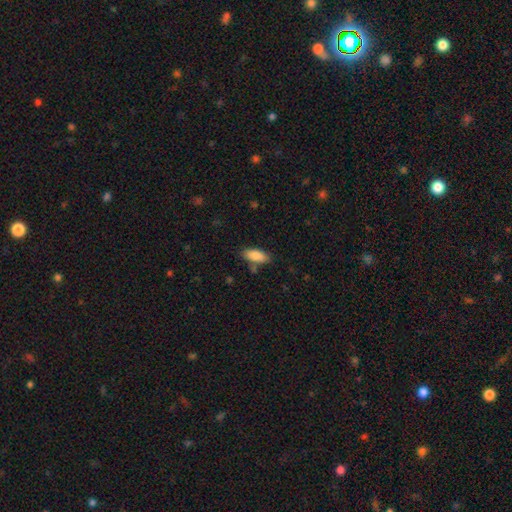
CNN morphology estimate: The model was most divided on "merging": none: 76%, minor disturbance: 15%, merger: 6%, major disturbance: 3%. More confident: smooth or featured — smooth (86%); how rounded — in between (84%).